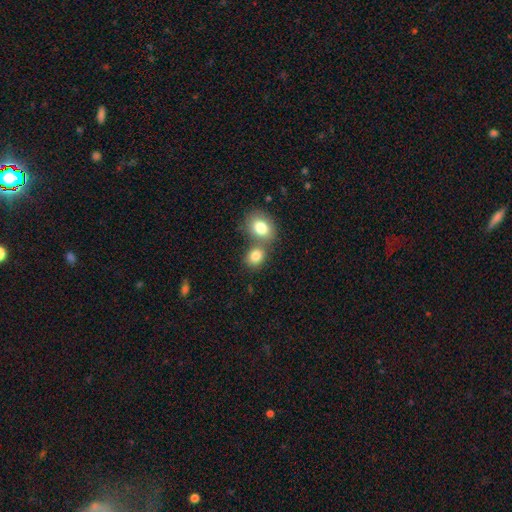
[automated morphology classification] Smooth or featured: smooth — 81% (star or artifact — 10%)
How rounded: round — 56% (in between — 43%)
Merging: none — 44% (tied with merger — 44%)